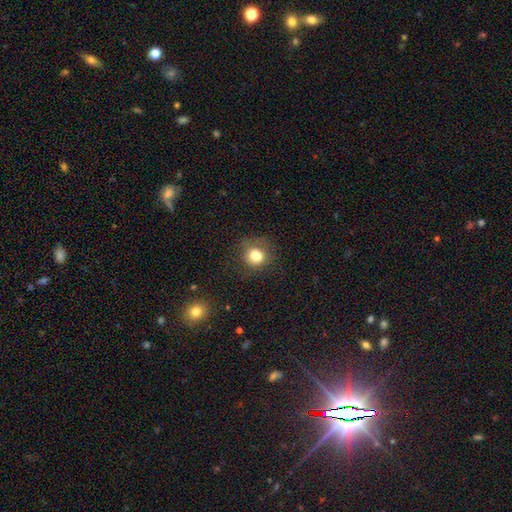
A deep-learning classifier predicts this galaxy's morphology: Smooth or featured?
  - smooth: 80% *
  - star or artifact: 12%
  - featured or disk: 8%
How rounded?
  - round: 78% *
  - in between: 21%
  - cigar-shaped: 1%
Merging?
  - none: 65% *
  - minor disturbance: 21%
  - major disturbance: 10%
  - merger: 3%